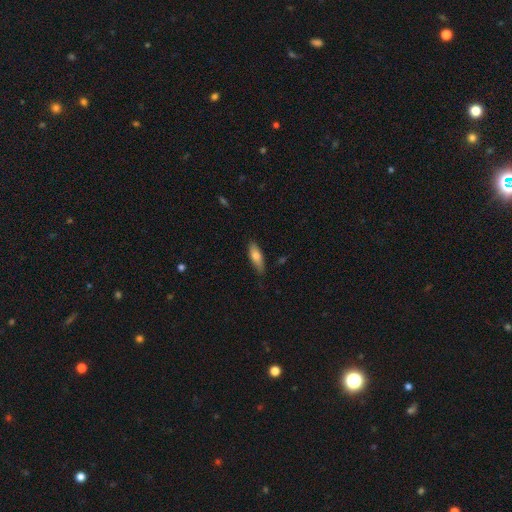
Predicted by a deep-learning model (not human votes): This is likely a smooth galaxy (72%). How rounded: possibly in between (54%). Merging: likely none (78%).